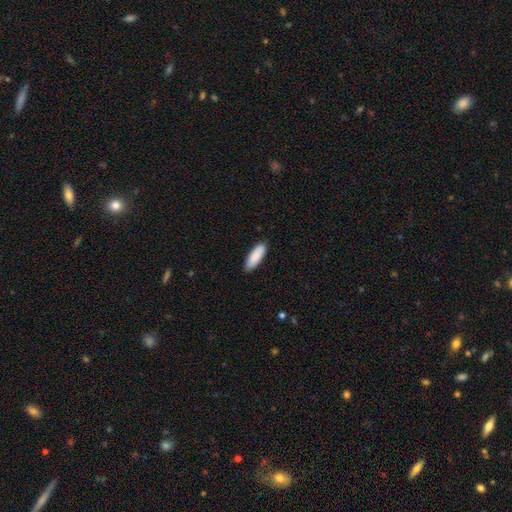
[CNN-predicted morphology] smooth-or-featured: smooth: 90% | star or artifact: 5% | featured or disk: 5%
  how-rounded: in between: 57% | cigar-shaped: 41% | round: 1%
  merging: none: 88% | minor disturbance: 9% | major disturbance: 2% | merger: 1%